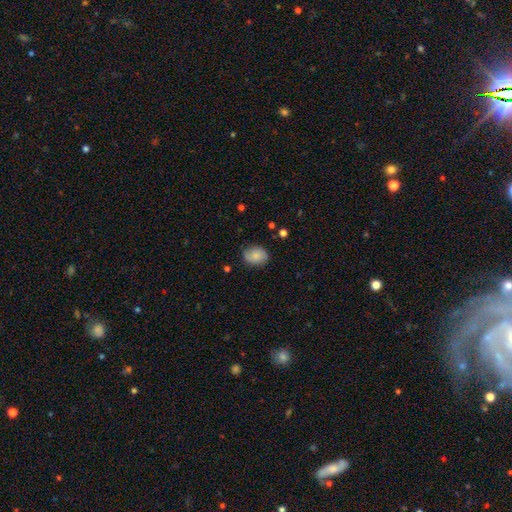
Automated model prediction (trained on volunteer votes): smooth_or_featured: smooth (p=0.72) [alt: featured or disk p=0.20]
how_rounded: in between (p=0.54) [alt: round p=0.45]
merging: none (p=0.79) [alt: minor disturbance p=0.16]